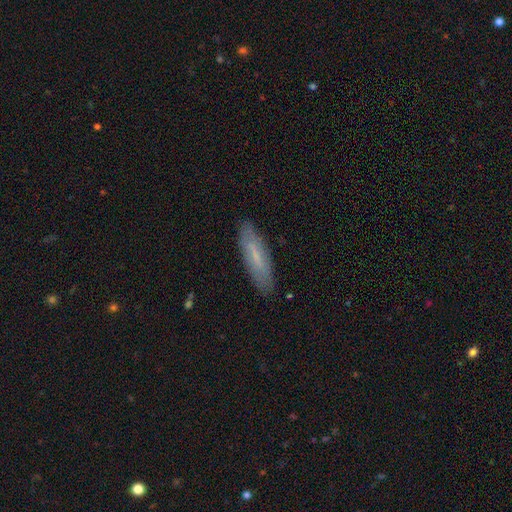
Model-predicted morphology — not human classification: A smooth galaxy with no disk features (56%) that is cigar-shaped (64%). Merging: none (85%).